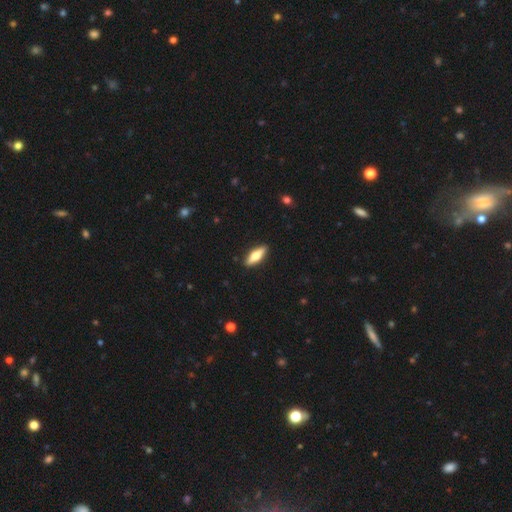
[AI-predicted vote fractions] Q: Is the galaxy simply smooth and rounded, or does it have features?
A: smooth — 58%.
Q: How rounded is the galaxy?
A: in between — 50%.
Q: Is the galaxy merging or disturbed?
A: none — 90%.